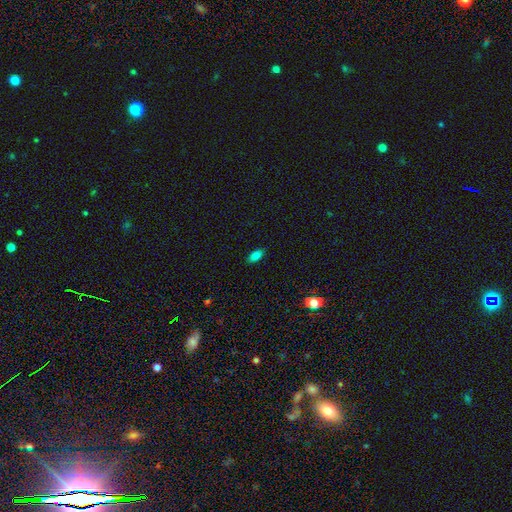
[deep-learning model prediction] Smooth or featured? Predicted: smooth (p=0.79). How rounded? Predicted: in between (p=0.86). Merging? Predicted: none (p=0.88).